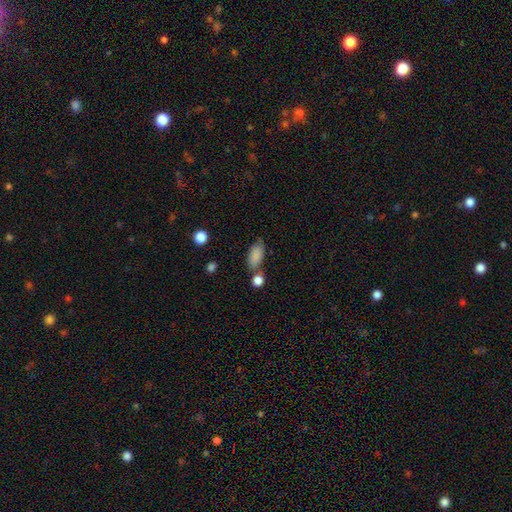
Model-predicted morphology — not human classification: smooth-or-featured: smooth: 85% | star or artifact: 8% | featured or disk: 7%
  how-rounded: in between: 89% | cigar-shaped: 6% | round: 5%
  merging: none: 62% | minor disturbance: 19% | merger: 14% | major disturbance: 6%